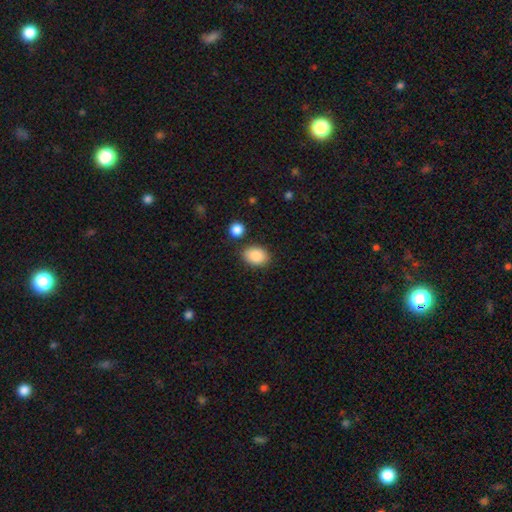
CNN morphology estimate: Smooth or featured? Predicted: smooth (p=0.89). How rounded? Predicted: in between (p=0.77). Merging? Predicted: none (p=0.81).